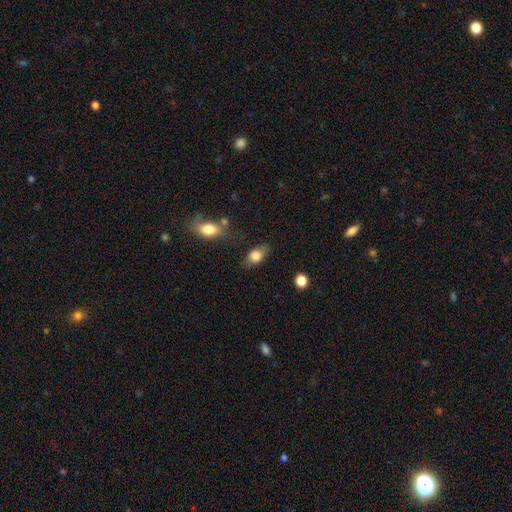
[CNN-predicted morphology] A smooth galaxy with no disk features (75%) that is in between round and cigar-shaped (82%).

Vote fractions:
- Smooth or featured? smooth: 75% / featured or disk: 17% / star or artifact: 8%
- How rounded? in between: 82% / round: 11% / cigar-shaped: 7%
- Merging? none: 72% / minor disturbance: 19% / major disturbance: 5% / merger: 4%